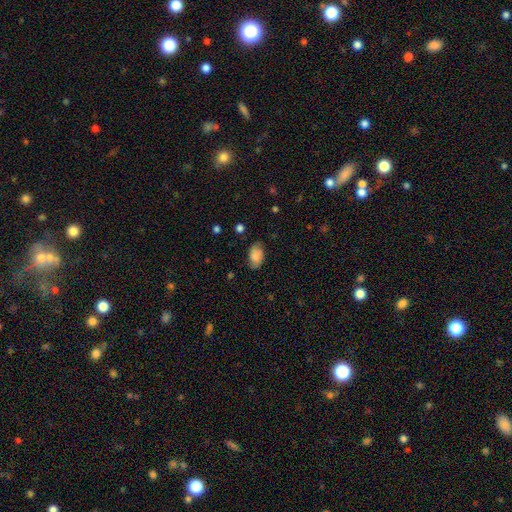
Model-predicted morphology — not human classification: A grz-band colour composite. It shows a smooth galaxy with no disk features (71%) that is in between round and cigar-shaped (90%). Merging: none (77%).